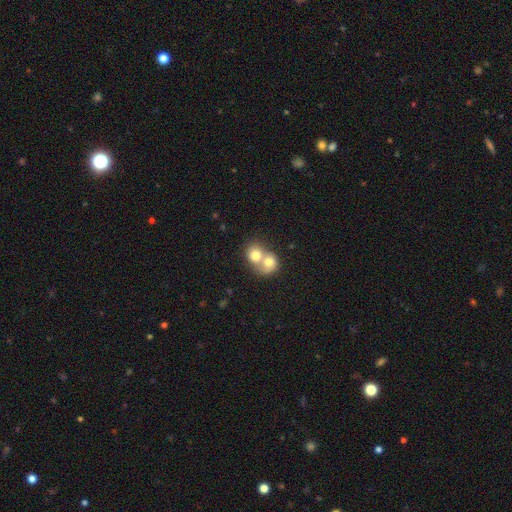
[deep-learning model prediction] Q: Smooth or featured?
A: smooth (71%); runner-up: featured or disk (22%)
Q: How rounded?
A: round (67%); runner-up: in between (32%)
Q: Merging?
A: merger (78%); runner-up: none (15%)